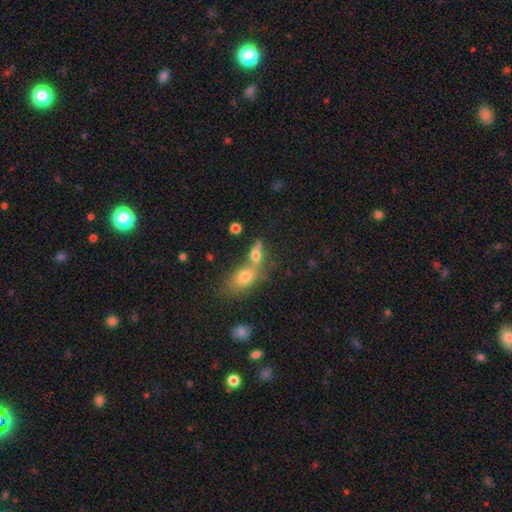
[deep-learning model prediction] Smooth or featured: smooth — 65% (featured or disk — 21%)
How rounded: in between — 69% (round — 18%)
Merging: merger — 55% (none — 31%)